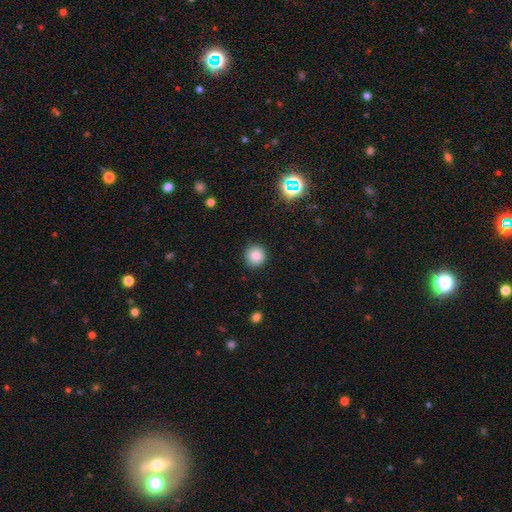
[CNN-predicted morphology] A smooth galaxy with no disk features (83%) that is round (94%).

Vote fractions:
- Smooth or featured? smooth: 83% / star or artifact: 12% / featured or disk: 5%
- How rounded? round: 94% / in between: 5% / cigar-shaped: 1%
- Merging? none: 91% / minor disturbance: 6% / major disturbance: 2% / merger: 1%